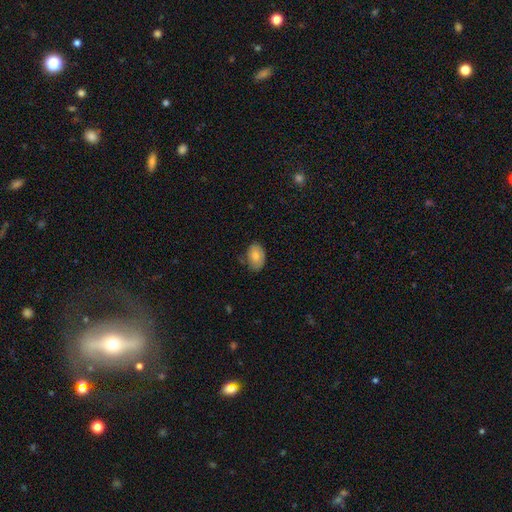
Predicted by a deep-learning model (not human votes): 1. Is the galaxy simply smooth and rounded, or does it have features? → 76% smooth, 17% featured or disk, 7% star or artifact.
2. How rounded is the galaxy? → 86% in between, 13% round, 1% cigar-shaped.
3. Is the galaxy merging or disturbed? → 68% none, 24% minor disturbance, 5% major disturbance, 2% merger.